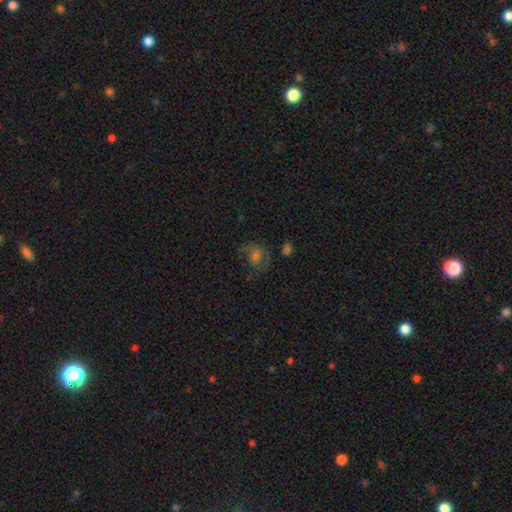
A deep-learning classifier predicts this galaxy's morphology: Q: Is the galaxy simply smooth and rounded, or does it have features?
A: featured or disk — 42%.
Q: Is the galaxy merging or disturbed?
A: none — 49%.